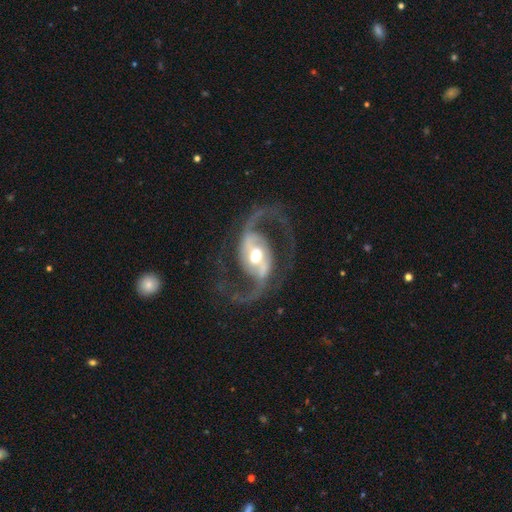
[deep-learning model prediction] The model was most divided on "bar": strong: 44%, weak: 34%, no: 23%. More confident: spiral arms — yes (98%); edge-on disk — no (98%); spiral arm count — 2 (95%); smooth or featured — featured or disk (94%); merging — none (79%); bulge size — moderate (68%); spiral winding — medium (58%).